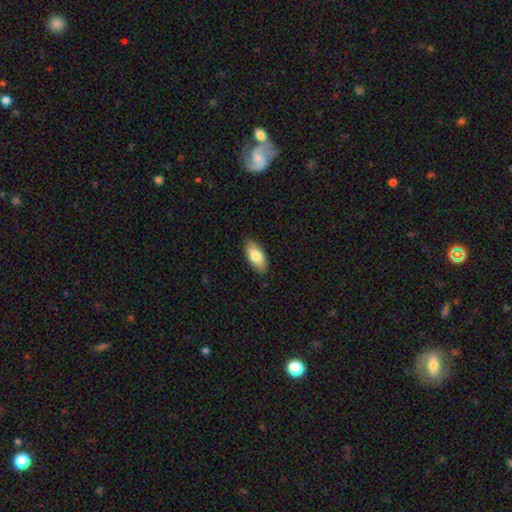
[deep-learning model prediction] Smooth or featured?
  - smooth: 80% *
  - featured or disk: 14%
  - star or artifact: 6%
How rounded?
  - in between: 90% *
  - cigar-shaped: 8%
  - round: 2%
Merging?
  - none: 87% *
  - minor disturbance: 10%
  - major disturbance: 2%
  - merger: 1%